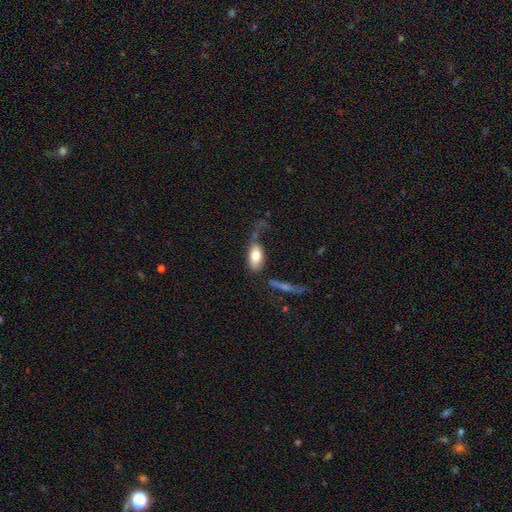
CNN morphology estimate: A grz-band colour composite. It shows a smooth galaxy with no disk features (76%) that is in between round and cigar-shaped (90%). Merging: none (48%).